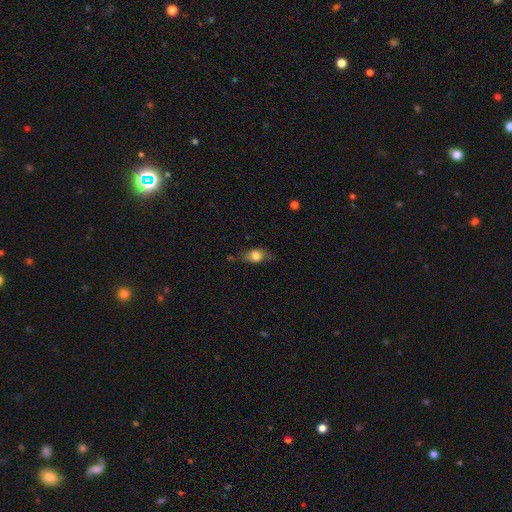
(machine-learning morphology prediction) Smooth or featured? Predicted: smooth (p=0.73). How rounded? Predicted: in between (p=0.73). Merging? Predicted: none (p=0.60).